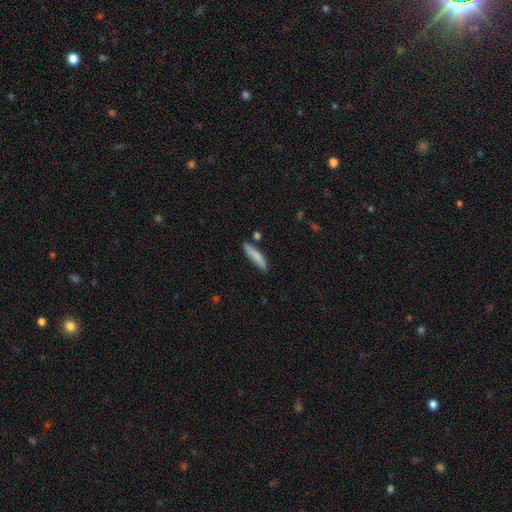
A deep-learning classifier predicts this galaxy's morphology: smooth-or-featured: smooth: 80% | featured or disk: 14% | star or artifact: 6%
  how-rounded: cigar-shaped: 81% | in between: 18% | round: 2%
  merging: none: 78% | minor disturbance: 15% | merger: 4% | major disturbance: 3%